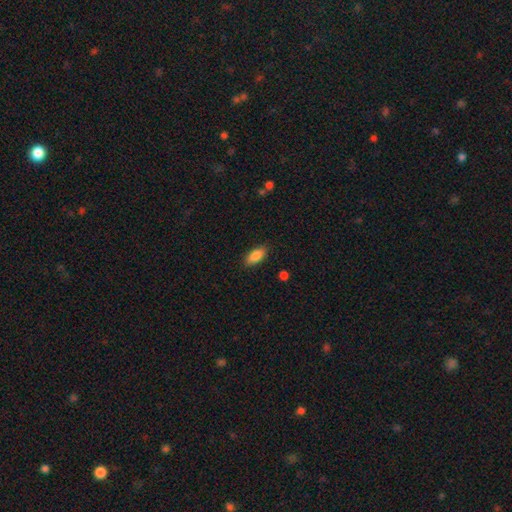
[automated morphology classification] Overall: smooth (87%). How rounded: in between (87%). Merging: none (86%).